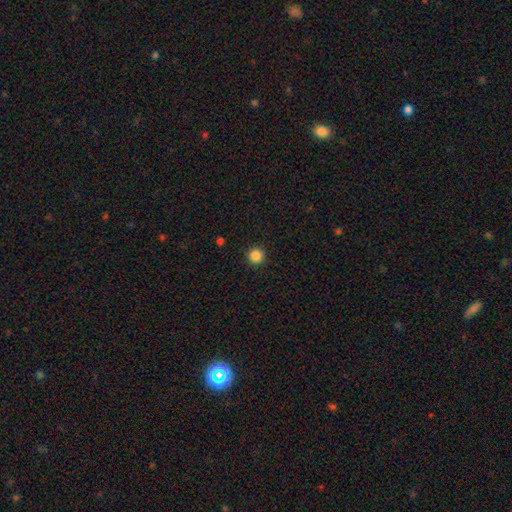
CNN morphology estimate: A smooth galaxy with no disk features (86%) that is round (96%).

Vote fractions:
- Smooth or featured? smooth: 86% / star or artifact: 11% / featured or disk: 3%
- How rounded? round: 96% / in between: 3% / cigar-shaped: 1%
- Merging? none: 93% / minor disturbance: 5% / major disturbance: 2% / merger: 1%